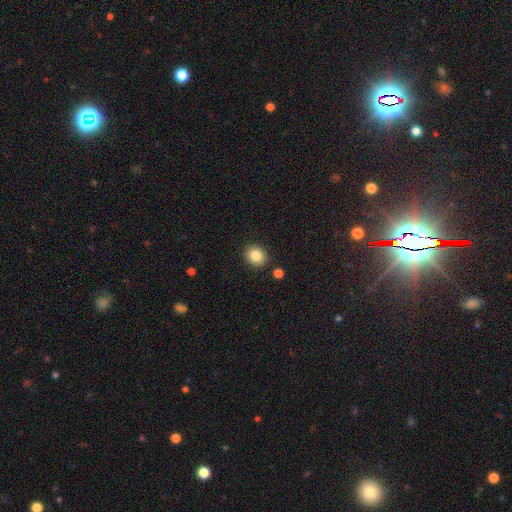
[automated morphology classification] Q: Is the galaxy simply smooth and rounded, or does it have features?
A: smooth — 85%.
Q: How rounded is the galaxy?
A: round — 75%.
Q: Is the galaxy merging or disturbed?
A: none — 89%.